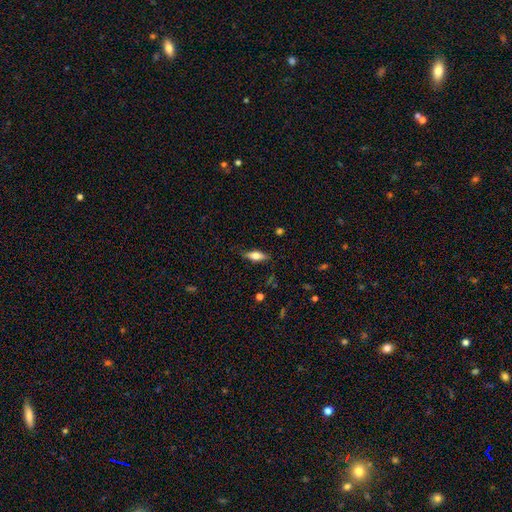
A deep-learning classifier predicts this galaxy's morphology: Smooth or featured: smooth — 63% (featured or disk — 29%)
How rounded: in between — 63% (cigar-shaped — 34%)
Merging: none — 82% (minor disturbance — 13%)